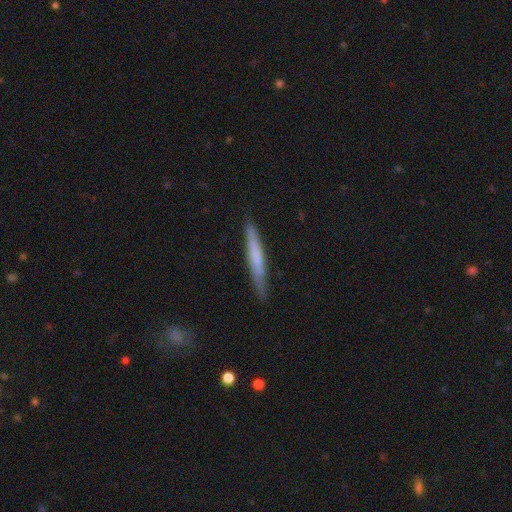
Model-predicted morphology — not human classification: This appears to be a smooth galaxy with no disk features (57%) that is cigar-shaped (96%). Merging: none (86%).